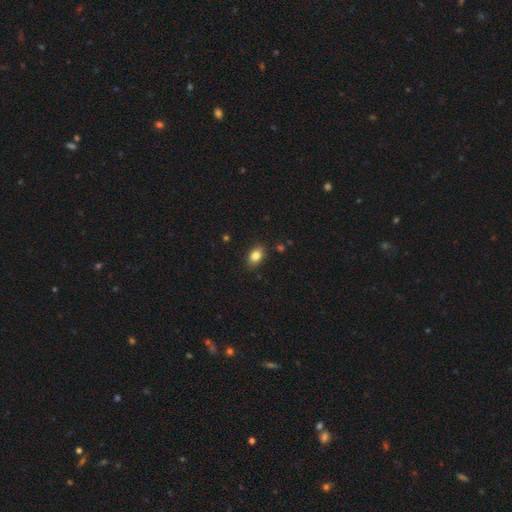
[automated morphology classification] Smooth or featured: smooth — 84% (star or artifact — 9%)
How rounded: in between — 83% (round — 15%)
Merging: none — 86% (minor disturbance — 10%)